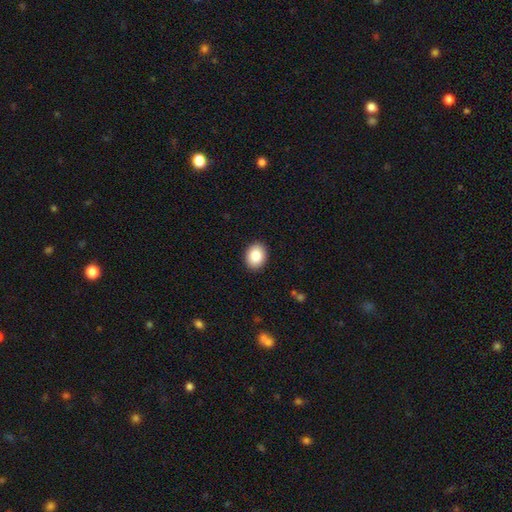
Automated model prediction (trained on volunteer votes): The model was most divided on "how rounded": in between: 61%, round: 38%, cigar-shaped: 1%. More confident: merging — none (91%); smooth or featured — smooth (86%).